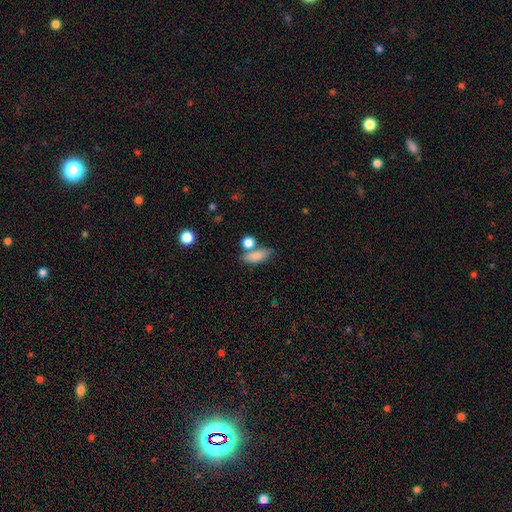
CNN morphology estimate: smooth_or_featured: smooth (p=0.81) [alt: featured or disk p=0.11]
how_rounded: in between (p=0.68) [alt: cigar-shaped p=0.23]
merging: none (p=0.55) [alt: merger p=0.24]